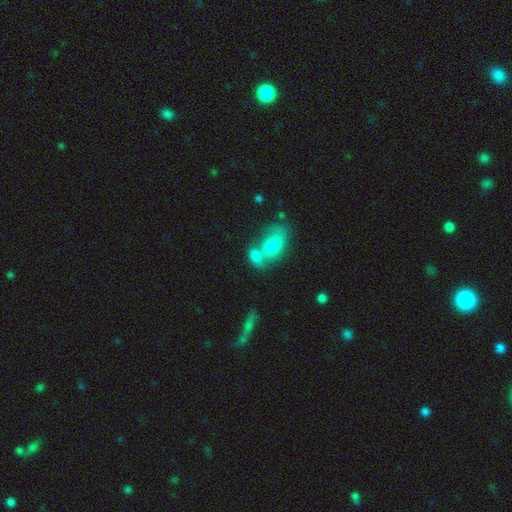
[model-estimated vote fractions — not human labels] A smooth galaxy with no disk features (75%) that is in between round and cigar-shaped (80%). Merging: merger (58%).